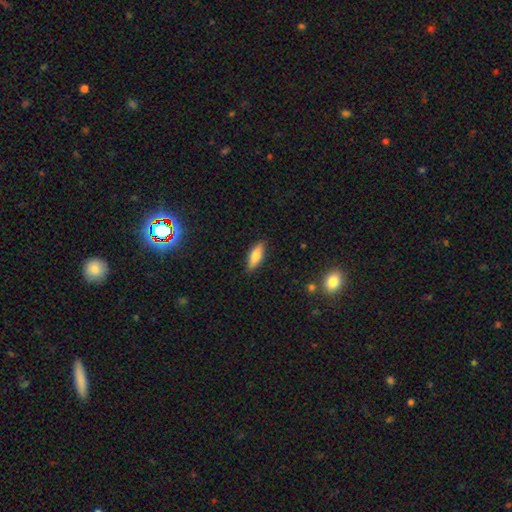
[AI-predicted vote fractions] Smooth or featured: smooth — 76% (featured or disk — 17%)
How rounded: in between — 63% (cigar-shaped — 35%)
Merging: none — 87% (minor disturbance — 10%)